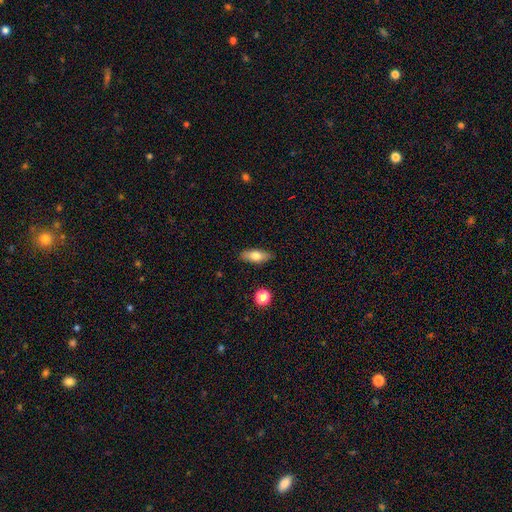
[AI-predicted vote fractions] This is likely a smooth galaxy (72%). How rounded: likely in between (74%). Merging: clearly none (88%).